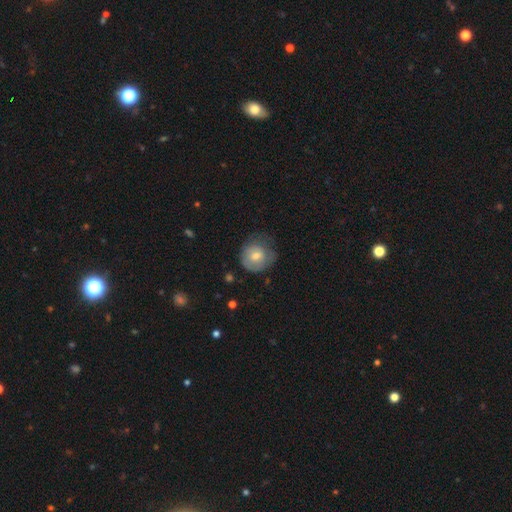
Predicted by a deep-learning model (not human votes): smooth-or-featured: smooth: 60% | featured or disk: 32% | star or artifact: 8%
  how-rounded: round: 82% | in between: 17% | cigar-shaped: 1%
  merging: none: 56% | minor disturbance: 29% | major disturbance: 14% | merger: 1%